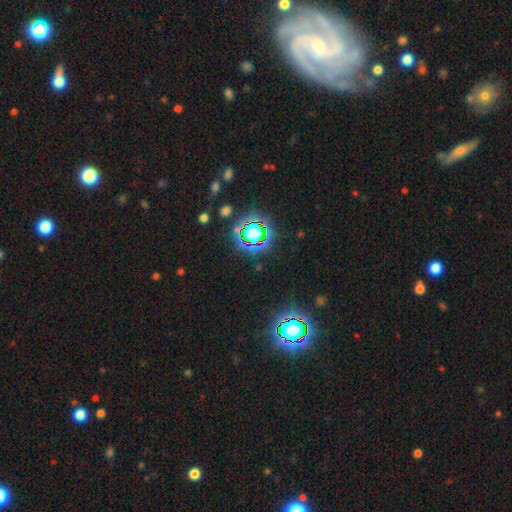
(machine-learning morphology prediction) Smooth or featured: star or artifact — 59% (featured or disk — 25%)